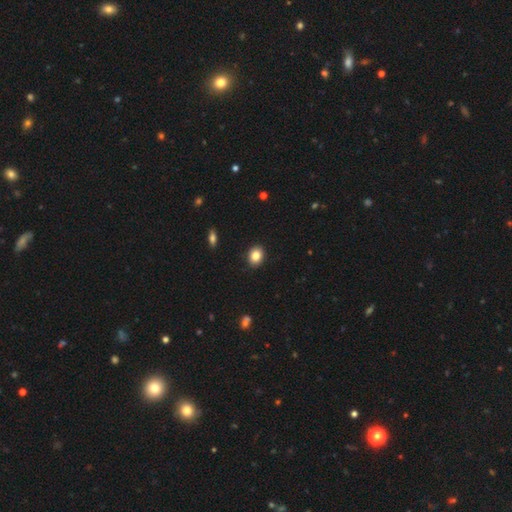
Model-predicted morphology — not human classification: This appears to be a smooth galaxy with no disk features (85%) that is round (50%). Merging: none (91%).